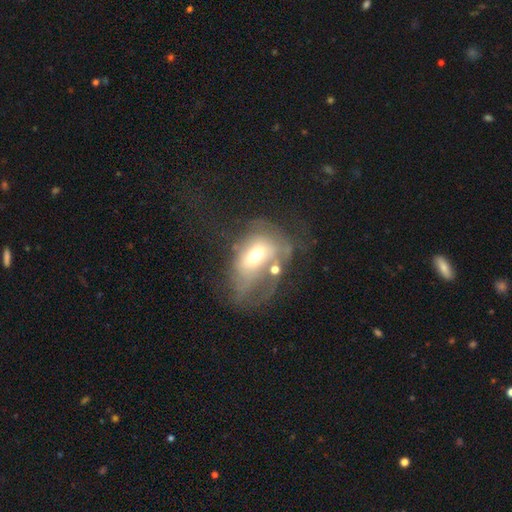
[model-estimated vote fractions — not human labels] Q: Smooth or featured?
A: smooth (45%); runner-up: featured or disk (44%)
Q: Merging?
A: major disturbance (45%); runner-up: none (22%)